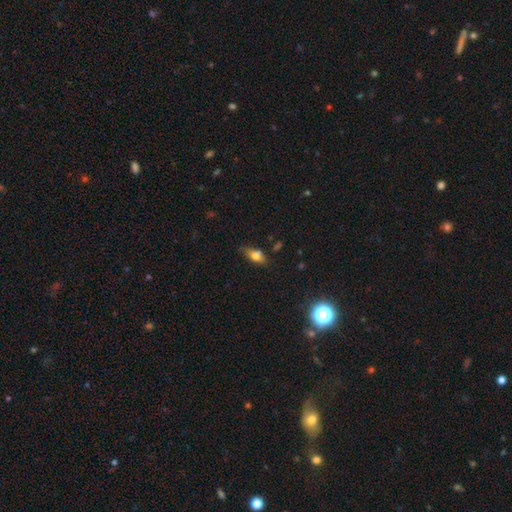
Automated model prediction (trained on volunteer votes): Smooth or featured? Predicted: smooth (p=0.67). How rounded? Predicted: in between (p=0.77). Merging? Predicted: none (p=0.61).